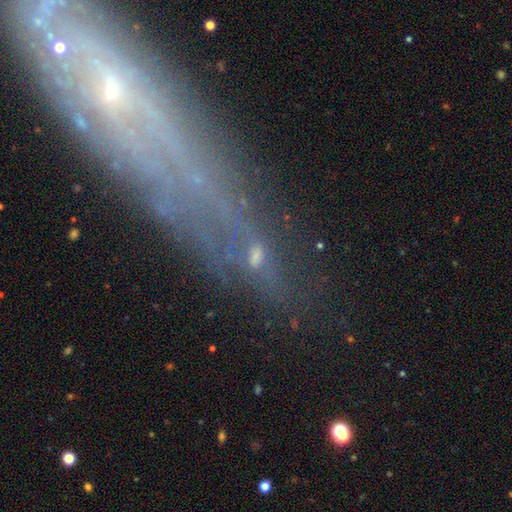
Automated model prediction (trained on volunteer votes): This appears to be a featured or disk galaxy (44%). Merging: none (48%).